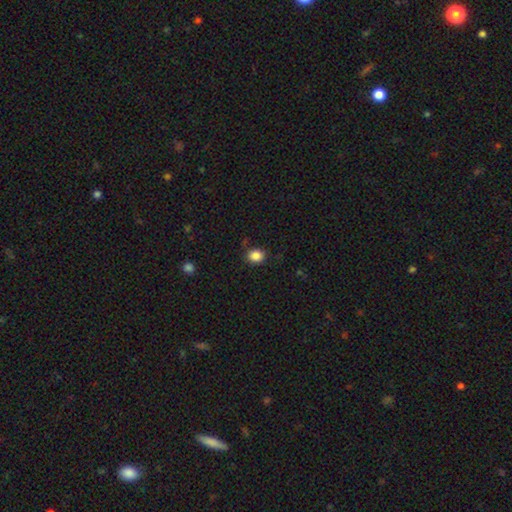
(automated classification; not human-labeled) Smooth or featured? smooth (86%)
How rounded? round (64%)
Merging? none (84%)